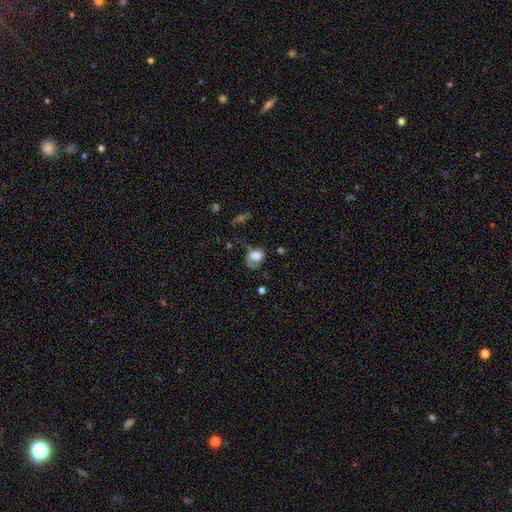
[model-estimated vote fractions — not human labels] Q: Smooth or featured?
A: smooth (55%); runner-up: featured or disk (36%)
Q: How rounded?
A: in between (64%); runner-up: round (35%)
Q: Merging?
A: major disturbance (41%); runner-up: none (29%)